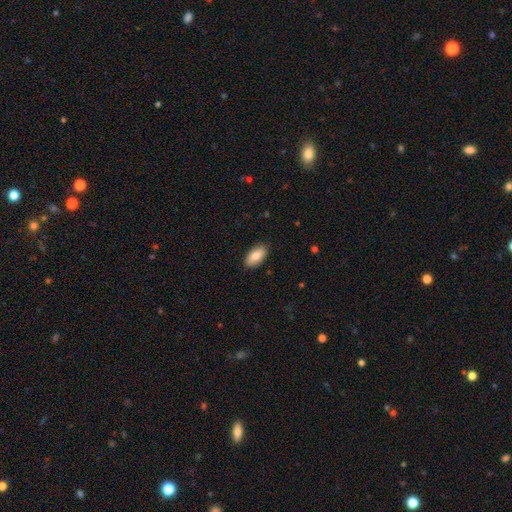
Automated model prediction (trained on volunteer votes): Smooth or featured: smooth — 81% (featured or disk — 13%)
How rounded: in between — 94% (cigar-shaped — 3%)
Merging: none — 88% (minor disturbance — 9%)